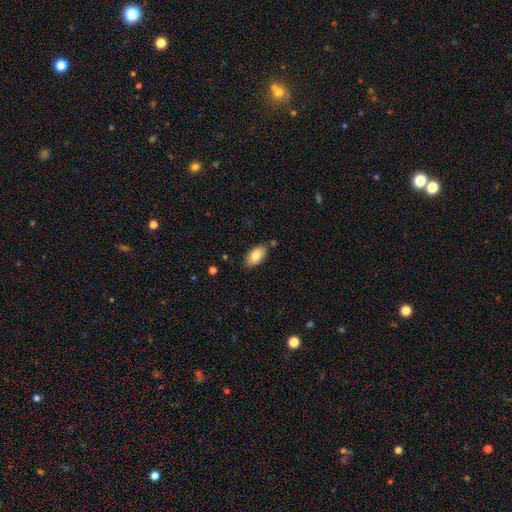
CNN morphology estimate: Smooth or featured? Predicted: smooth (p=0.81). How rounded? Predicted: in between (p=0.94). Merging? Predicted: none (p=0.82).